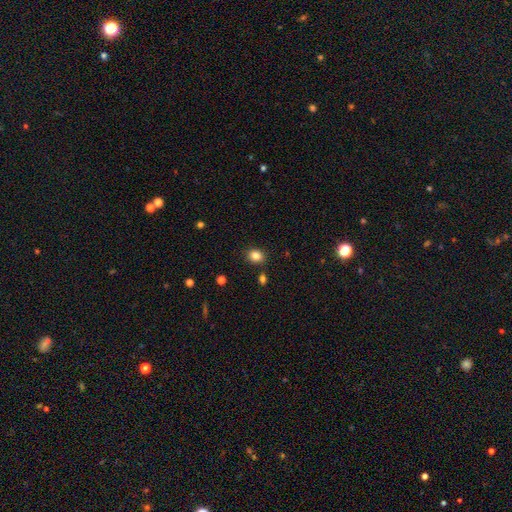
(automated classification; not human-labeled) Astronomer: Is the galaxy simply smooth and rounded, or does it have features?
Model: smooth — 83%.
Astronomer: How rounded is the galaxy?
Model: in between — 52% (runner-up: round, 47%).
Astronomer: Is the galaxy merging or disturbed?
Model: none — 86%.